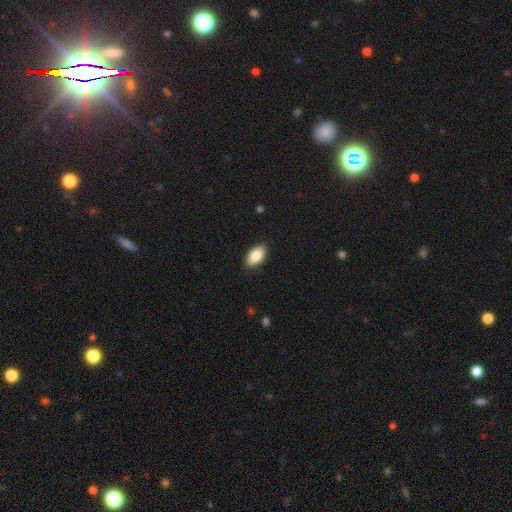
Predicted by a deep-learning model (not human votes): smooth 84%, featured or disk 9%, star or artifact 7%. Down the decision tree: how rounded — in between (93%); merging — none (87%).